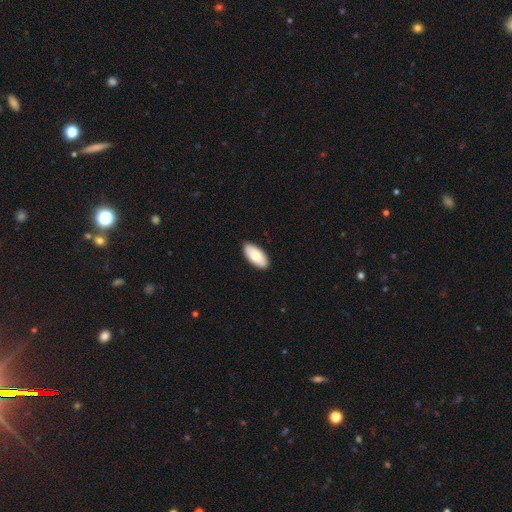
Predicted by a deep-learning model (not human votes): This is clearly a smooth galaxy (81%). How rounded: clearly in between (93%). Merging: clearly none (90%).